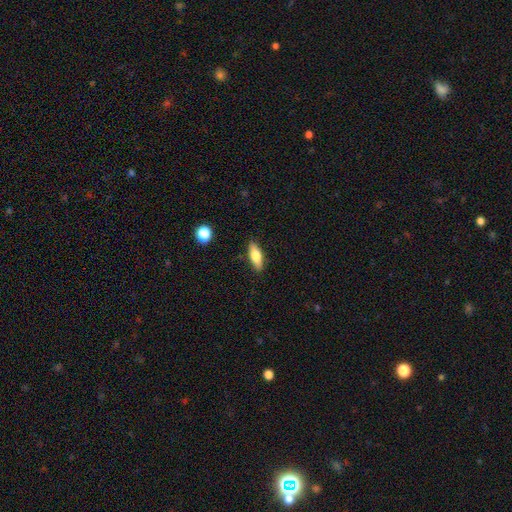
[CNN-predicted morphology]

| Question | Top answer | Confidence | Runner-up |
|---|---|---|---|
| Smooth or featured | smooth | 67% | featured or disk (26%) |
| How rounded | in between | 61% | cigar-shaped (36%) |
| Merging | none | 86% | minor disturbance (10%) |